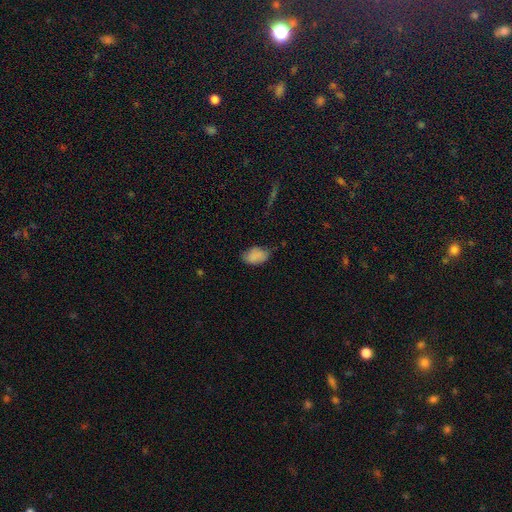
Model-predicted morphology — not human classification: smooth_or_featured: smooth (p=0.85) [alt: star or artifact p=0.08]
how_rounded: in between (p=0.87) [alt: round p=0.11]
merging: none (p=0.61) [alt: minor disturbance p=0.31]